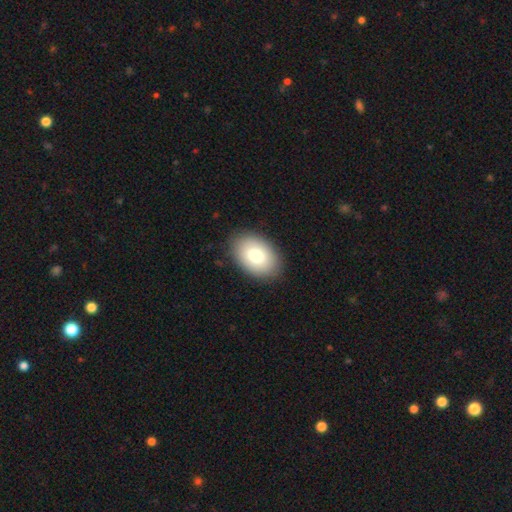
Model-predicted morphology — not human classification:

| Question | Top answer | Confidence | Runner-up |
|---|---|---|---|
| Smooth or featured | smooth | 79% | featured or disk (14%) |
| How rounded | in between | 85% | round (14%) |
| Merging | none | 88% | minor disturbance (9%) |